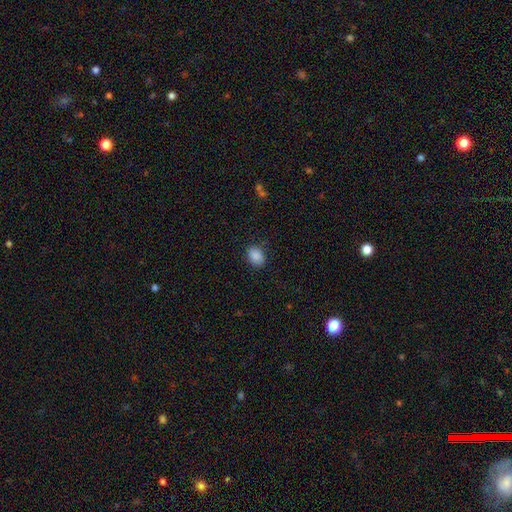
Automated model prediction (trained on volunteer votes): Smooth or featured? Predicted: smooth (p=0.88). How rounded? Predicted: in between (p=0.72). Merging? Predicted: none (p=0.86).